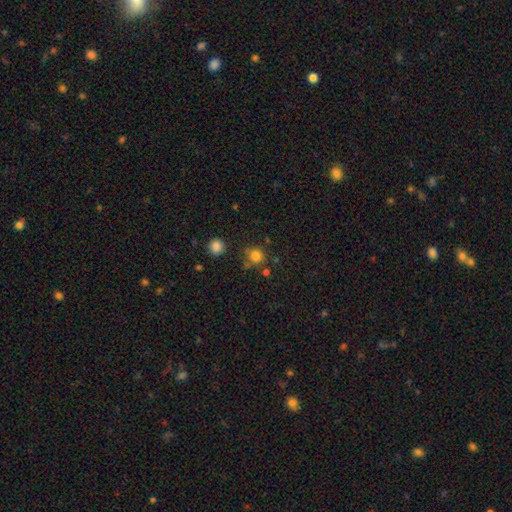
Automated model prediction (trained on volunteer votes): Overall: smooth (80%). How rounded: round (91%). Merging: none (75%).